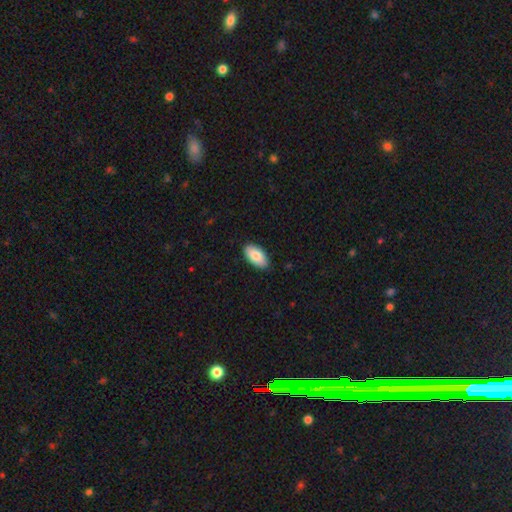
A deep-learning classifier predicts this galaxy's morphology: Overall: smooth (82%). How rounded: in between (95%). Merging: none (88%).